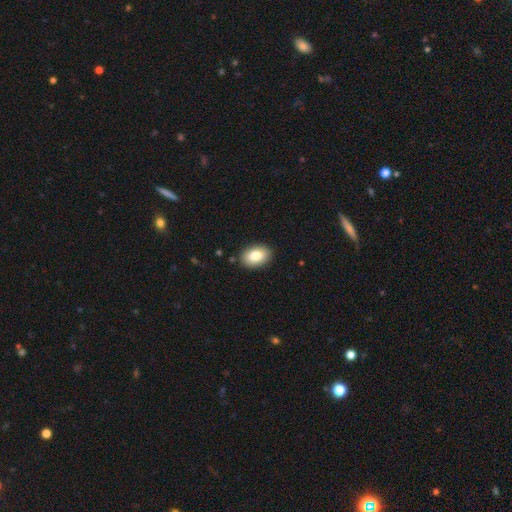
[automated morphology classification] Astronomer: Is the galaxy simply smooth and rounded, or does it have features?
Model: smooth — 84%.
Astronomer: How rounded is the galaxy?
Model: in between — 85%.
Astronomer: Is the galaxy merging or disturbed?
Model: none — 88%.